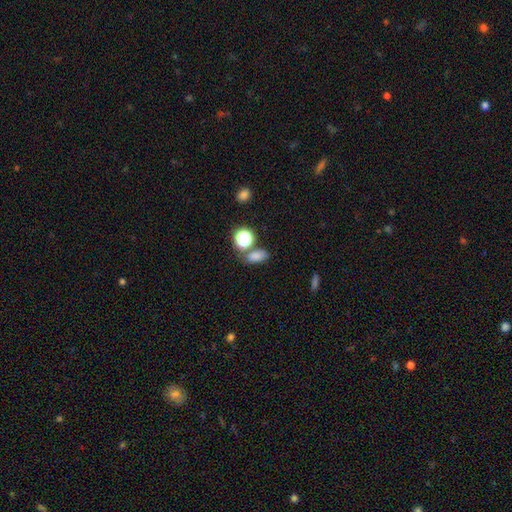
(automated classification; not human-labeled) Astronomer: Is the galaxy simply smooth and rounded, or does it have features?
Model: smooth — 75%.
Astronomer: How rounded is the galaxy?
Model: in between — 77%.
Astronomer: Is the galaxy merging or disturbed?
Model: none — 65%.